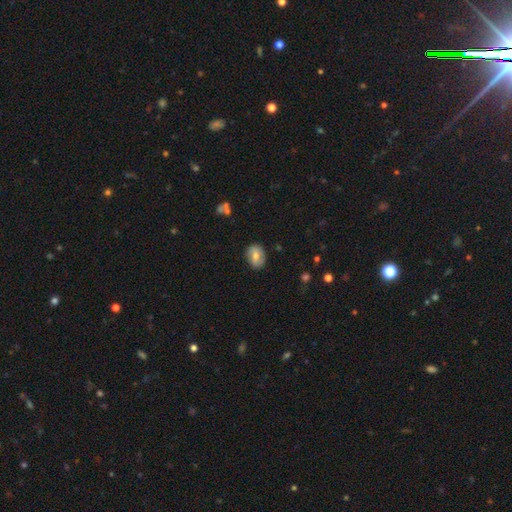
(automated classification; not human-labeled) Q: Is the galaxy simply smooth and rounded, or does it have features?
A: smooth — 57%.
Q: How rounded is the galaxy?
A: in between — 62%.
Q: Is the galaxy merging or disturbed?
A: none — 81%.